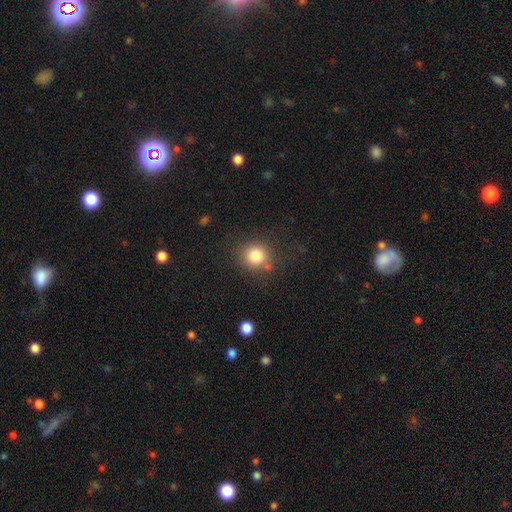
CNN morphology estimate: Overall: smooth (81%). How rounded: round (88%). Merging: none (79%).